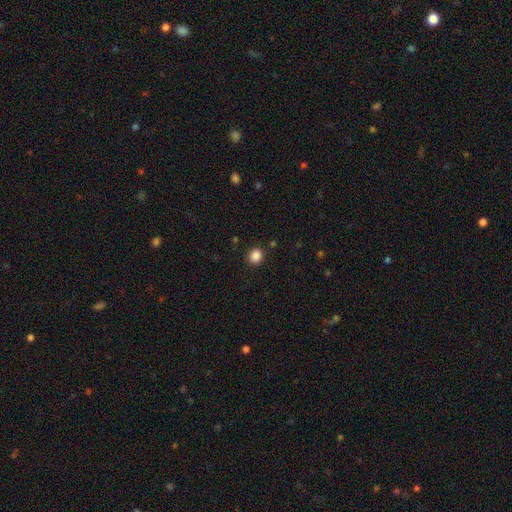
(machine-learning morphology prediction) smooth_or_featured: smooth (p=0.87) [alt: star or artifact p=0.11]
how_rounded: round (p=0.71) [alt: in between p=0.28]
merging: none (p=0.89) [alt: minor disturbance p=0.07]